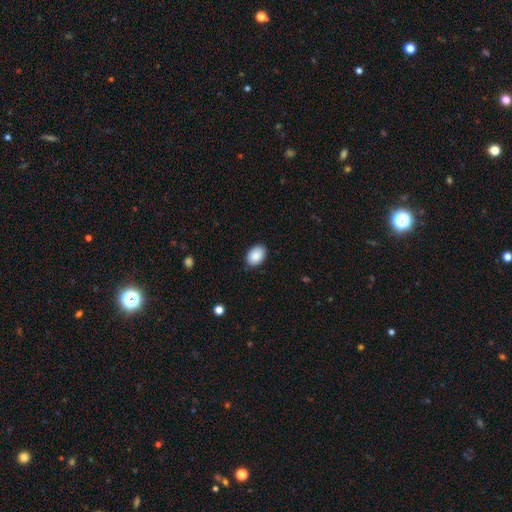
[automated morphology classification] Smooth or featured: smooth — 90% (star or artifact — 7%)
How rounded: in between — 80% (round — 19%)
Merging: none — 86% (minor disturbance — 11%)